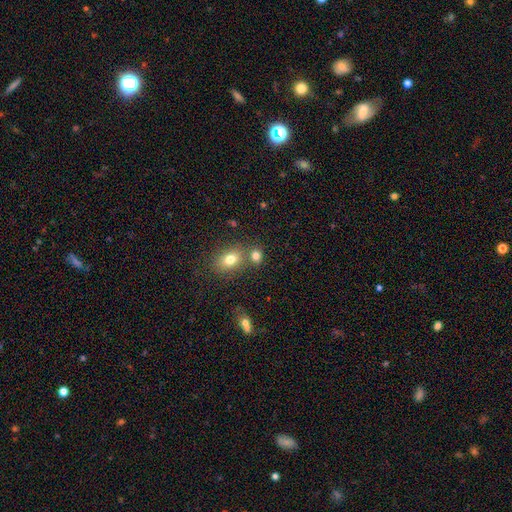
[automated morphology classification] Smooth or featured? smooth (78%)
How rounded? round (57%)
Merging? none (60%)